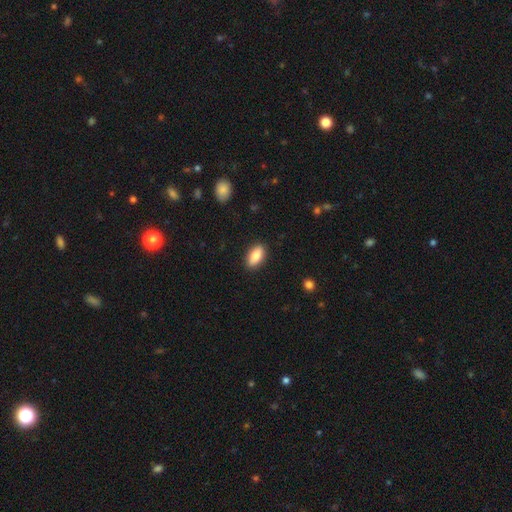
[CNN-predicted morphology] A smooth galaxy with no disk features (84%) that is in between round and cigar-shaped (87%).

Vote fractions:
- Smooth or featured? smooth: 84% / featured or disk: 9% / star or artifact: 7%
- How rounded? in between: 87% / cigar-shaped: 9% / round: 3%
- Merging? none: 89% / minor disturbance: 8% / major disturbance: 2% / merger: 1%